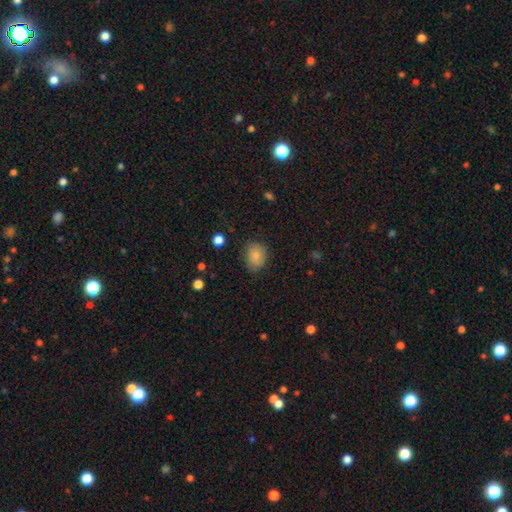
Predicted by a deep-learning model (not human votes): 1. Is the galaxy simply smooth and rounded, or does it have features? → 84% smooth, 9% star or artifact, 7% featured or disk.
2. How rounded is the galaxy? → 55% in between, 44% round, 1% cigar-shaped.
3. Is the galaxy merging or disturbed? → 78% none, 17% minor disturbance, 4% major disturbance, 1% merger.